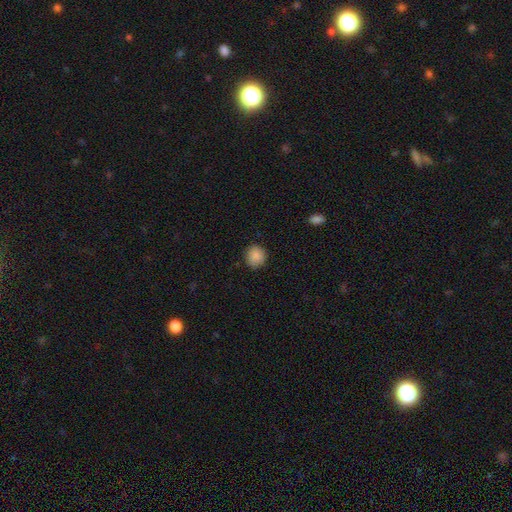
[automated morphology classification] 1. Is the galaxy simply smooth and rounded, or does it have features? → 88% smooth, 9% star or artifact, 4% featured or disk.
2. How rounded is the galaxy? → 85% round, 14% in between, 1% cigar-shaped.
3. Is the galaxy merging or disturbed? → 88% none, 9% minor disturbance, 2% major disturbance, 1% merger.